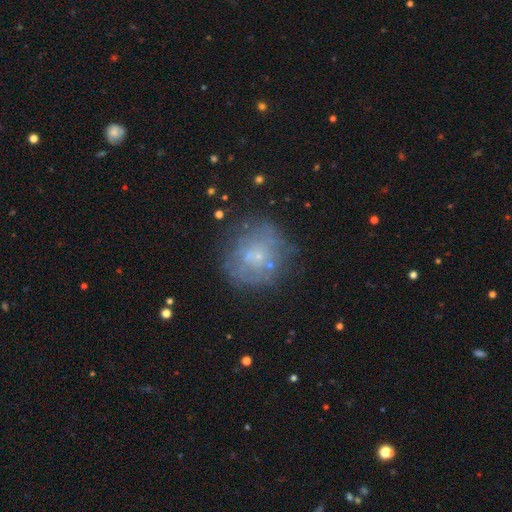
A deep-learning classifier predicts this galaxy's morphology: Smooth or featured: featured or disk — 44% (smooth — 42%)
Merging: none — 68% (minor disturbance — 17%)